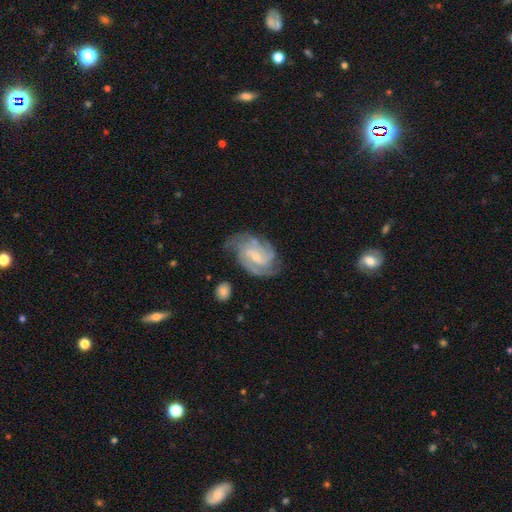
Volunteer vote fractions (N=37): Q: Smooth or featured?
A: featured or disk (92%); runner-up: smooth (5%)
Q: Edge-on disk?
A: no (100%)
Q: Bar?
A: weak (62%); runner-up: no (21%)
Q: Spiral arms?
A: yes (100%)
Q: Spiral winding?
A: medium (53%); runner-up: tight (41%)
Q: Spiral arm count?
A: 3 (59%); runner-up: 2 (12%)
Q: Bulge size?
A: small (68%); runner-up: moderate (29%)
Q: Merging?
A: none (67%); runner-up: minor disturbance (22%)